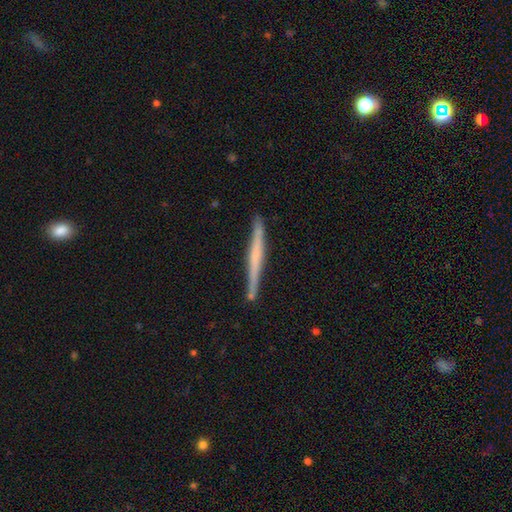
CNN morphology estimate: Smooth or featured: featured or disk — 56% (smooth — 38%)
Edge-on disk: yes — 98% (no — 2%)
Edge-on bulge: none — 69% (rounded — 19%)
Merging: none — 87% (minor disturbance — 9%)